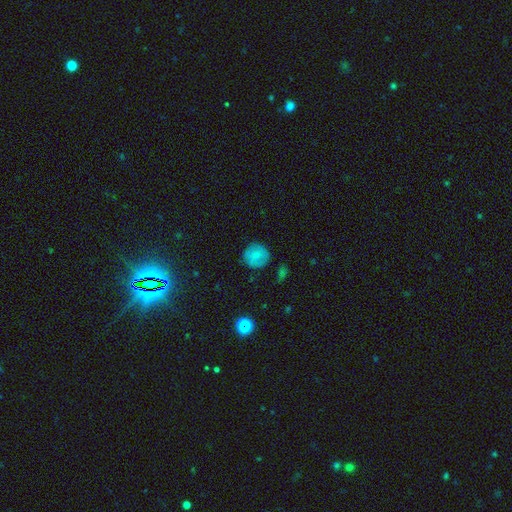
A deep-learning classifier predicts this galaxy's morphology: smooth_or_featured: smooth (p=0.76) [alt: featured or disk p=0.15]
how_rounded: round (p=0.90) [alt: in between p=0.09]
merging: none (p=0.81) [alt: minor disturbance p=0.14]